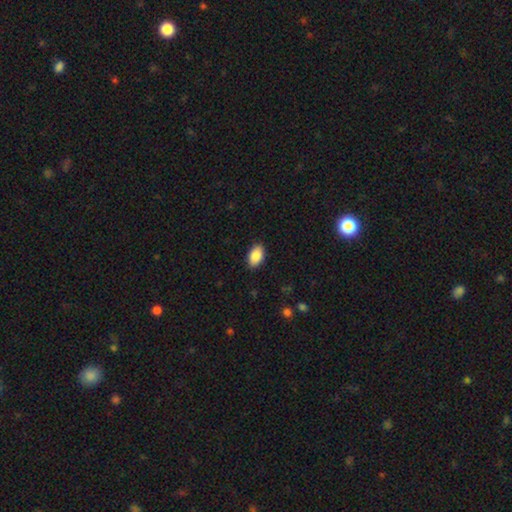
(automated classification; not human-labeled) Q: Smooth or featured?
A: smooth (88%); runner-up: star or artifact (7%)
Q: How rounded?
A: in between (93%); runner-up: round (5%)
Q: Merging?
A: none (88%); runner-up: minor disturbance (9%)